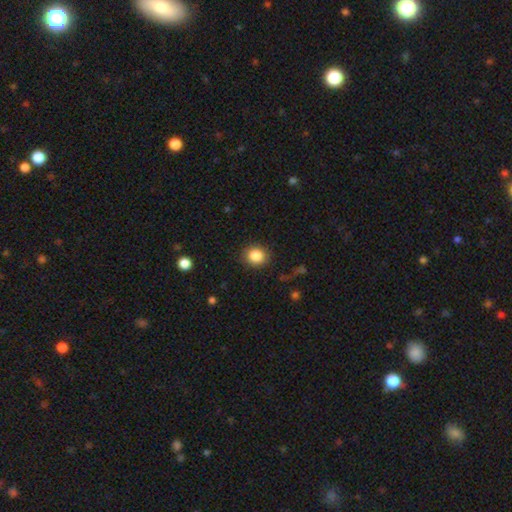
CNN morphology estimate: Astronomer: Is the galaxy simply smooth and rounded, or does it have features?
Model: smooth — 86%.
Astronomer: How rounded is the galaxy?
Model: round — 80%.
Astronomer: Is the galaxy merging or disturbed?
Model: none — 86%.